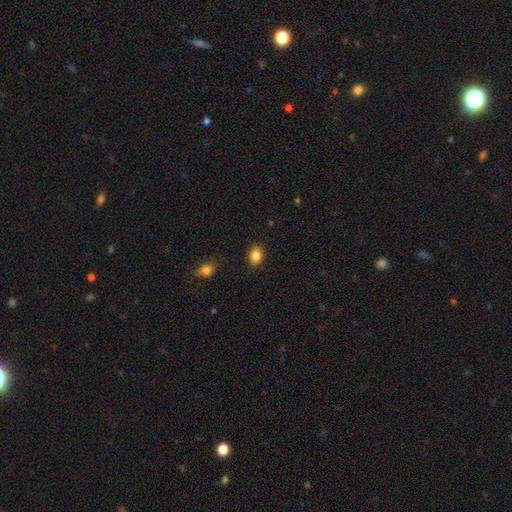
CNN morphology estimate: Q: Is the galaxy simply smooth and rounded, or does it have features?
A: smooth — 85%.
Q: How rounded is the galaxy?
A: in between — 75%.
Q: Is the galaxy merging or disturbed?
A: none — 88%.